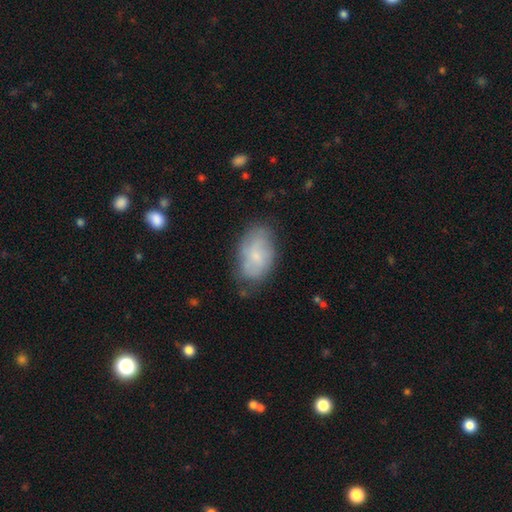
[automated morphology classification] A smooth galaxy with no disk features (58%) that is in between round and cigar-shaped (91%).

Vote fractions:
- Smooth or featured? smooth: 58% / featured or disk: 34% / star or artifact: 8%
- How rounded? in between: 91% / round: 7% / cigar-shaped: 2%
- Merging? none: 65% / minor disturbance: 25% / major disturbance: 8% / merger: 3%